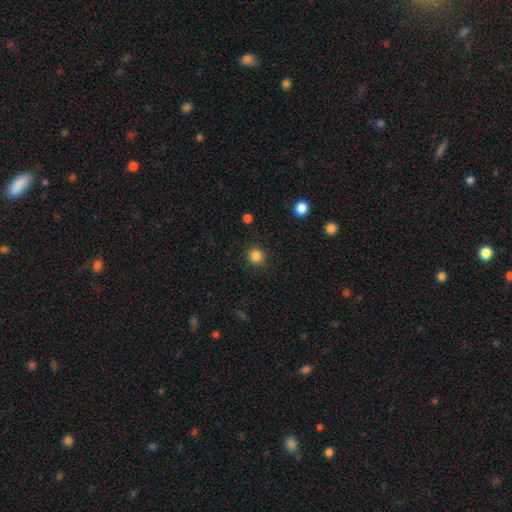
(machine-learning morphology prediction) Overall: smooth (85%). How rounded: round (92%). Merging: none (91%).